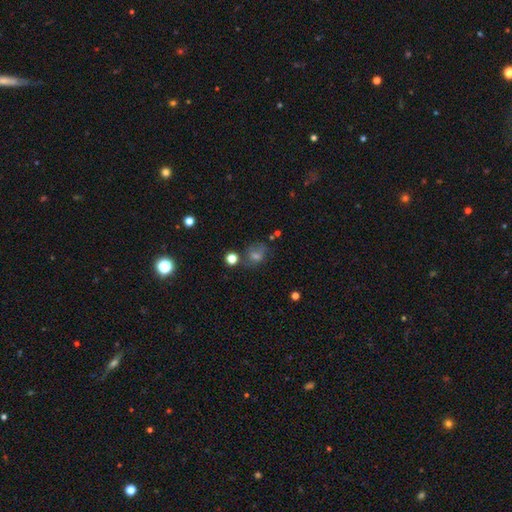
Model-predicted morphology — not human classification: smooth 43%, star or artifact 33%, featured or disk 23%. Down the decision tree: merging — none (61%).